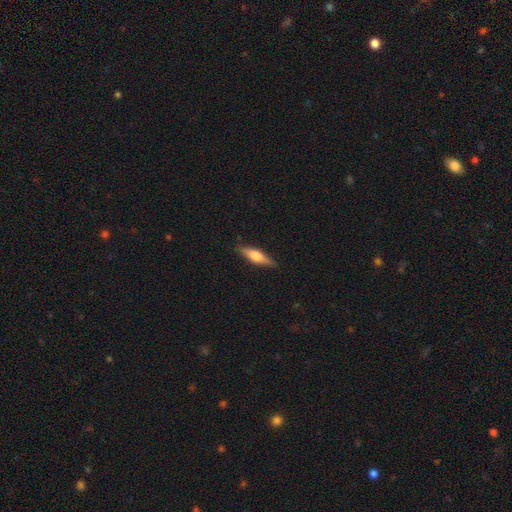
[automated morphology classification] A featured or disk galaxy (49%).

Vote fractions:
- Smooth or featured? featured or disk: 49% / smooth: 45% / star or artifact: 6%
- Merging? none: 87% / minor disturbance: 10% / major disturbance: 2% / merger: 1%